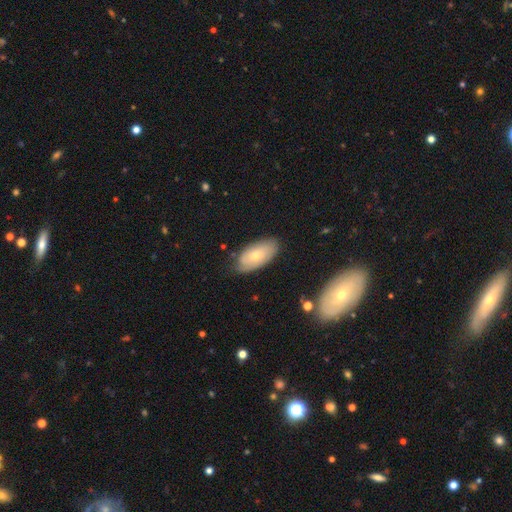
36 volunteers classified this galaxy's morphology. smooth_or_featured: smooth (p=0.83) [alt: featured or disk p=0.17]
how_rounded: in between (p=0.90) [alt: round p=0.07]
merging: none (p=0.72) [alt: minor disturbance p=0.25]